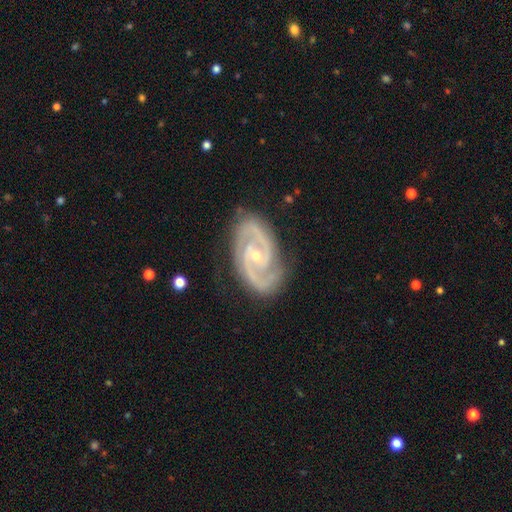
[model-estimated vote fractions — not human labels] Smooth or featured: featured or disk — 93% (star or artifact — 4%)
Edge-on disk: no — 97% (yes — 3%)
Bar: no — 46% (weak — 37%)
Spiral arms: yes — 99% (no — 1%)
Spiral winding: tight — 51% (medium — 44%)
Spiral arm count: 2 — 90% (3 — 5%)
Bulge size: small — 63% (moderate — 34%)
Merging: none — 81% (minor disturbance — 14%)